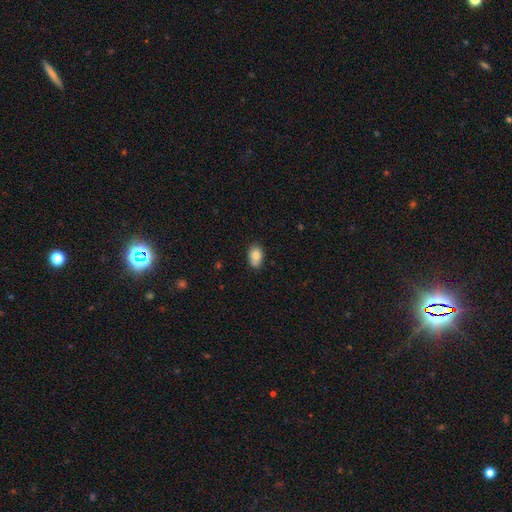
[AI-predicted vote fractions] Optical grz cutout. It shows a smooth galaxy with no disk features (81%) that is in between round and cigar-shaped (84%). Merging: none (71%).